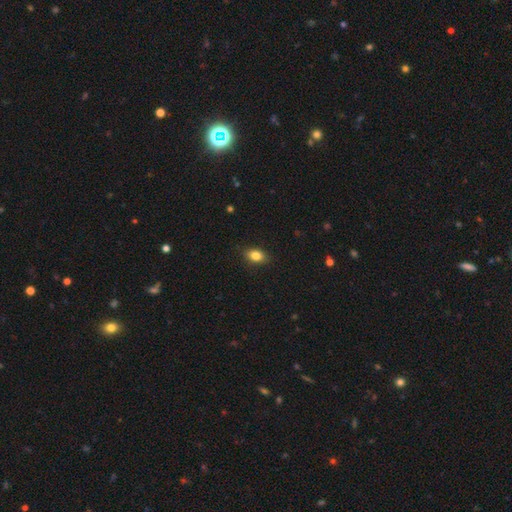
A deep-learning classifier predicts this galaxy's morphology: This is clearly a smooth galaxy (84%). How rounded: clearly in between (82%). Merging: clearly none (87%).